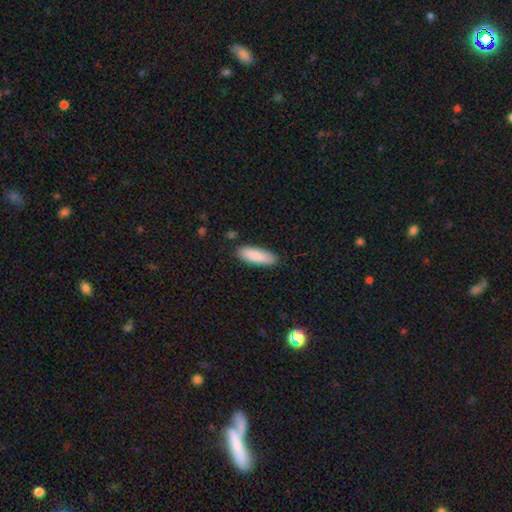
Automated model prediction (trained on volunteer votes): Smooth or featured? smooth (88%)
How rounded? in between (54%)
Merging? none (86%)